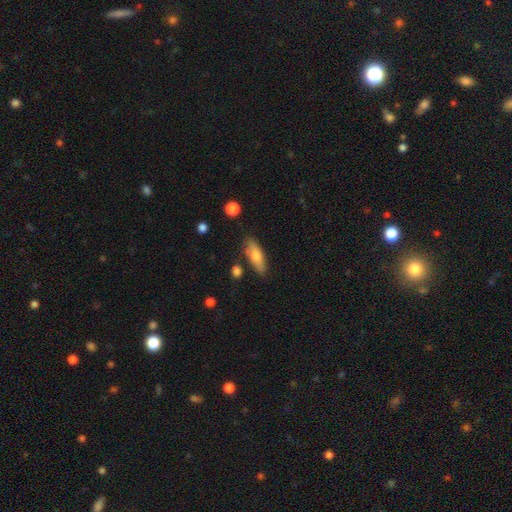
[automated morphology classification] type=smooth (70%); roundness=in between (58%); merging=none (80%).